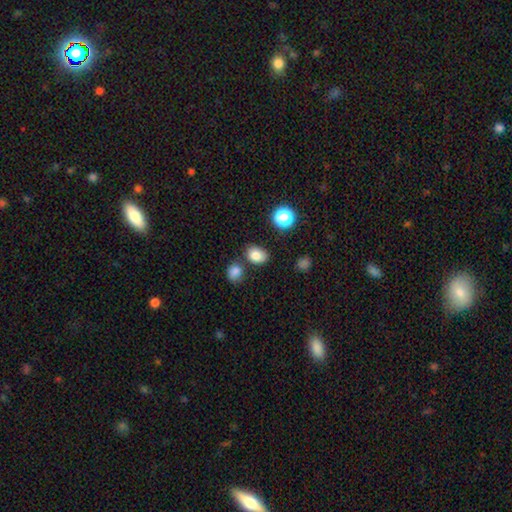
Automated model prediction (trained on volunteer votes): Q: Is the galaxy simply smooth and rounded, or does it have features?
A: smooth — 82%.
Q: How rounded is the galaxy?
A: in between — 67%.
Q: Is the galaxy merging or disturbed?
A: none — 73%.